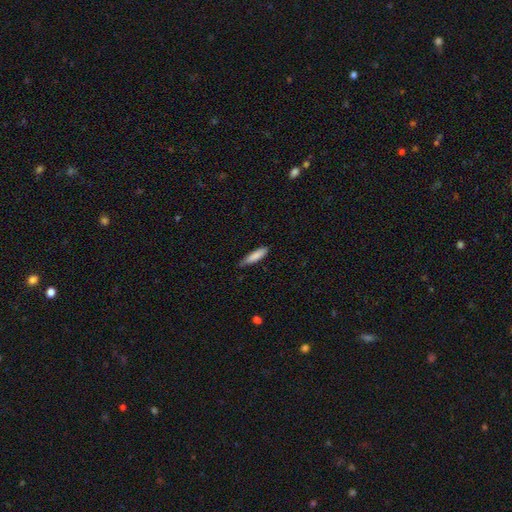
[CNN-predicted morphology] Smooth or featured? smooth (83%)
How rounded? cigar-shaped (71%)
Merging? none (70%)